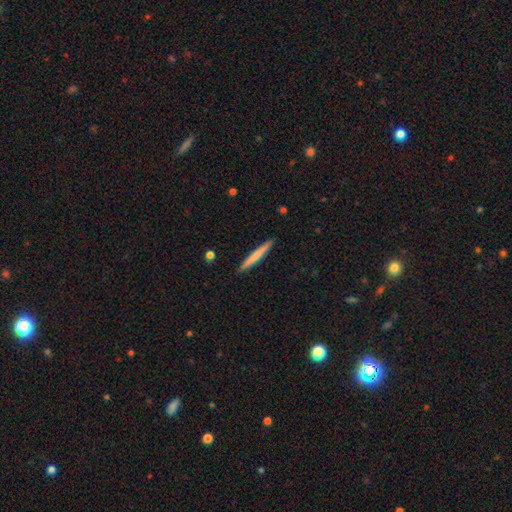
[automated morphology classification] This is likely a smooth galaxy (62%). How rounded: clearly cigar-shaped (97%). Merging: clearly none (92%).